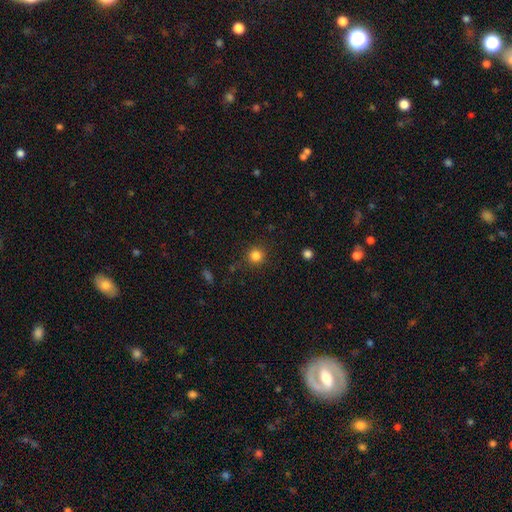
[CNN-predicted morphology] The model was most divided on "smooth or featured": smooth: 83%, star or artifact: 13%, featured or disk: 4%. More confident: how rounded — round (93%); merging — none (87%).